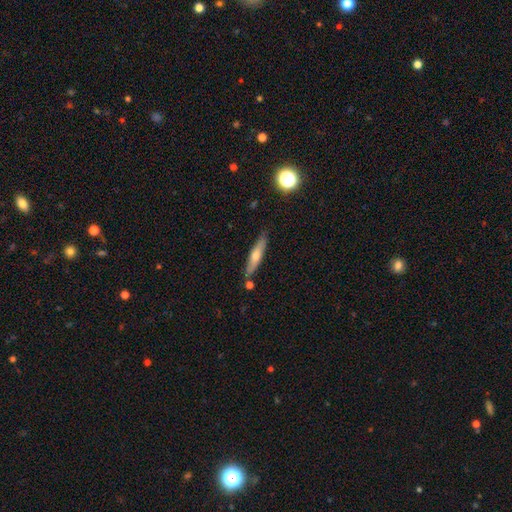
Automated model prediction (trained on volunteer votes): This is possibly a smooth galaxy (52%). How rounded: clearly cigar-shaped (87%). Merging: clearly none (81%).